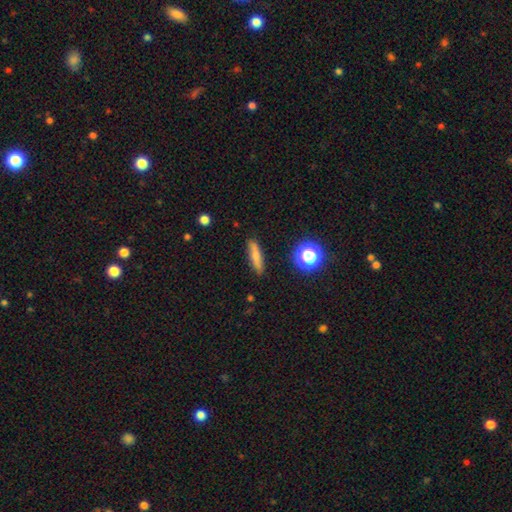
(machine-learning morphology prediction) Smooth or featured: smooth — 66% (featured or disk — 24%)
How rounded: cigar-shaped — 74% (in between — 21%)
Merging: none — 86% (minor disturbance — 10%)